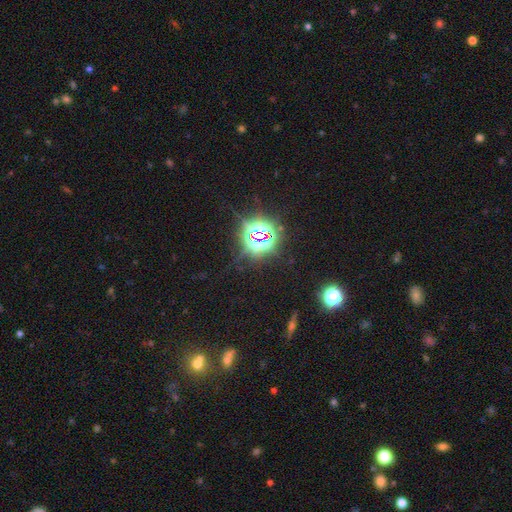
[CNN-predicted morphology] Overall: star or artifact (77%).